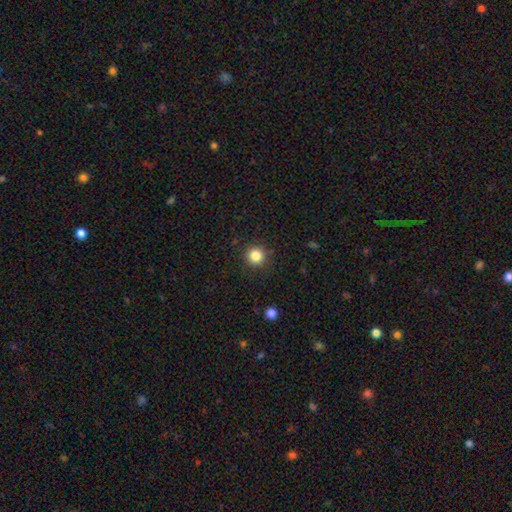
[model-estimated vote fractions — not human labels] This is clearly a smooth galaxy (83%). How rounded: clearly round (95%). Merging: clearly none (91%).